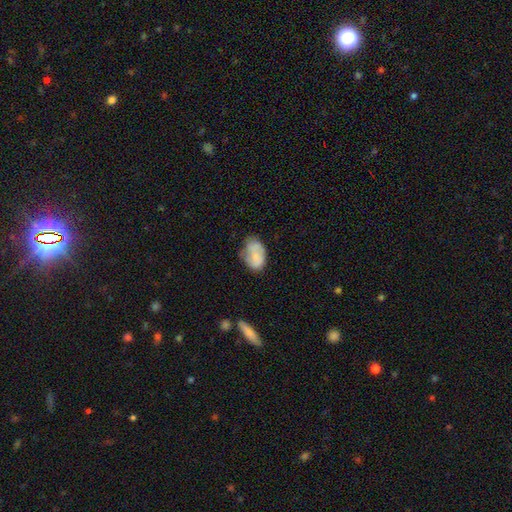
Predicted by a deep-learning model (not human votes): A smooth galaxy with no disk features (70%) that is in between round and cigar-shaped (85%).

Vote fractions:
- Smooth or featured? smooth: 70% / featured or disk: 22% / star or artifact: 8%
- How rounded? in between: 85% / round: 14% / cigar-shaped: 1%
- Merging? none: 47% / minor disturbance: 34% / major disturbance: 14% / merger: 5%